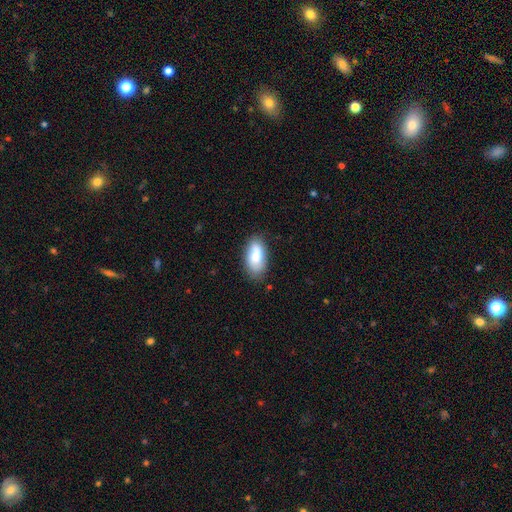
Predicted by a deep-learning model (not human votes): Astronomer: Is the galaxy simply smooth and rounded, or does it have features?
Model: smooth — 80%.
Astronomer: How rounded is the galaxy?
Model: in between — 92%.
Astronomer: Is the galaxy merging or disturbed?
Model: none — 79%.